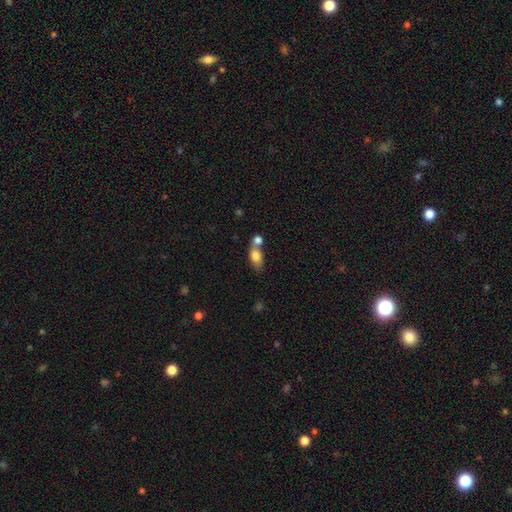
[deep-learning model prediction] smooth_or_featured: smooth (p=0.79) [alt: featured or disk p=0.13]
how_rounded: in between (p=0.81) [alt: round p=0.14]
merging: merger (p=0.50) [alt: none p=0.34]